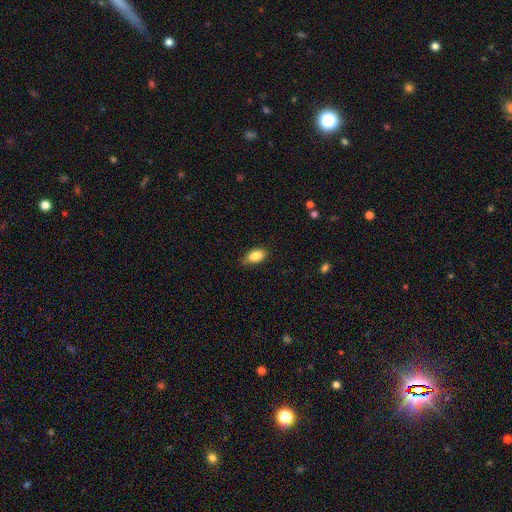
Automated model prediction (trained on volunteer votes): Smooth or featured?
  - smooth: 85% *
  - star or artifact: 8%
  - featured or disk: 7%
How rounded?
  - in between: 87% *
  - round: 10%
  - cigar-shaped: 2%
Merging?
  - none: 76% *
  - minor disturbance: 20%
  - major disturbance: 3%
  - merger: 1%